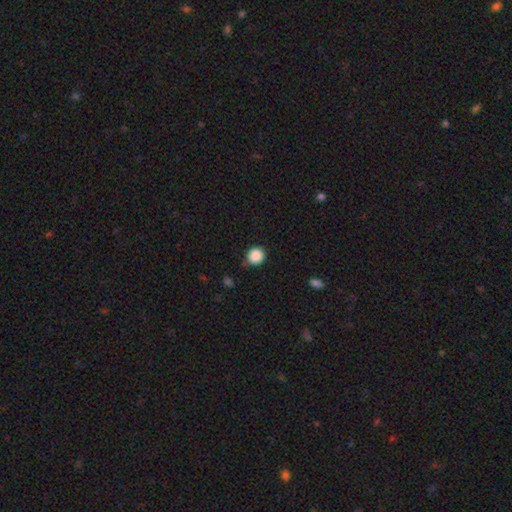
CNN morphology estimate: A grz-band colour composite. It shows a smooth galaxy with no disk features (88%) that is round (92%). Merging: none (84%).